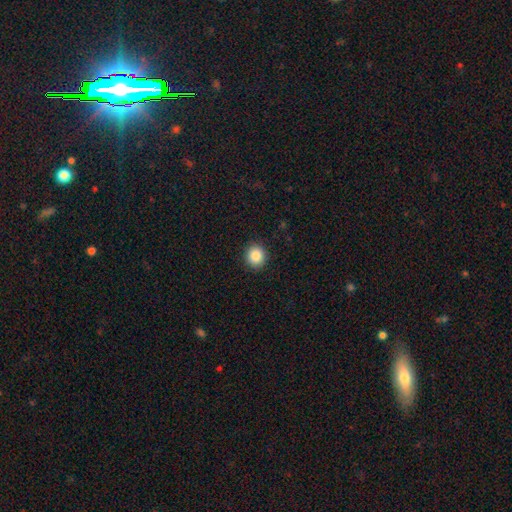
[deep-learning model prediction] The model was most divided on "how rounded": round: 87%, in between: 12%, cigar-shaped: 1%. More confident: merging — none (91%); smooth or featured — smooth (86%).